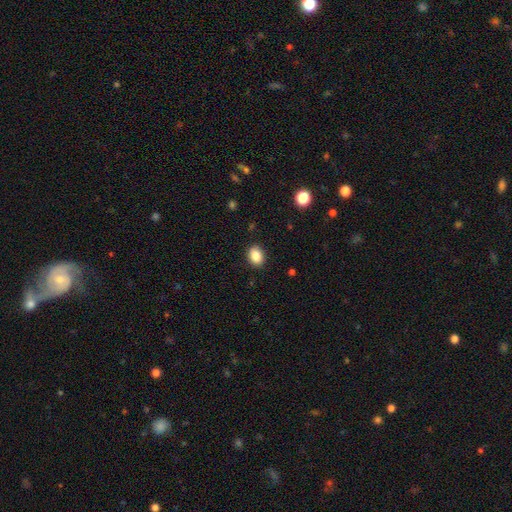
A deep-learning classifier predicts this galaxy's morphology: Smooth or featured?
  - smooth: 86% *
  - star or artifact: 9%
  - featured or disk: 5%
How rounded?
  - in between: 58% *
  - round: 41%
  - cigar-shaped: 1%
Merging?
  - none: 90% *
  - minor disturbance: 7%
  - major disturbance: 2%
  - merger: 1%